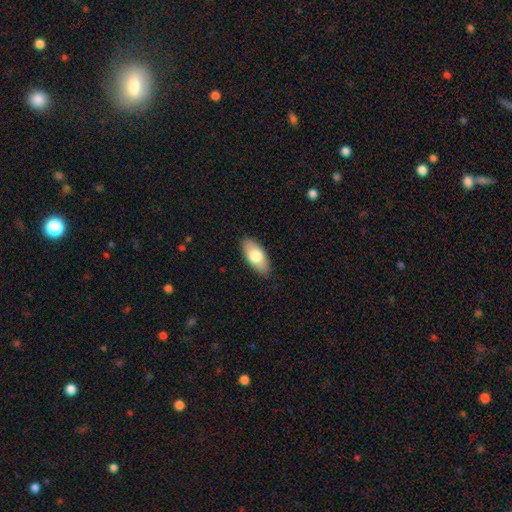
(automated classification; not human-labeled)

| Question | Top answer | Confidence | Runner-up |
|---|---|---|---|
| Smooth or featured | smooth | 75% | featured or disk (19%) |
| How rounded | in between | 90% | cigar-shaped (7%) |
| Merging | none | 86% | minor disturbance (10%) |